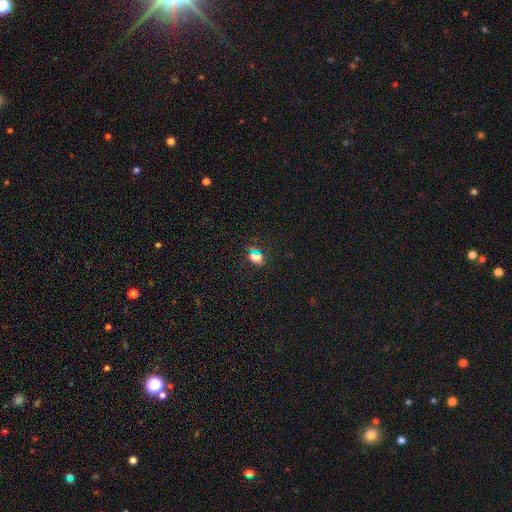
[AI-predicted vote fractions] smooth-or-featured: smooth: 52% | star or artifact: 38% | featured or disk: 10%
  how-rounded: round: 53% | in between: 43% | cigar-shaped: 4%
  merging: none: 79% | minor disturbance: 11% | major disturbance: 5% | merger: 4%